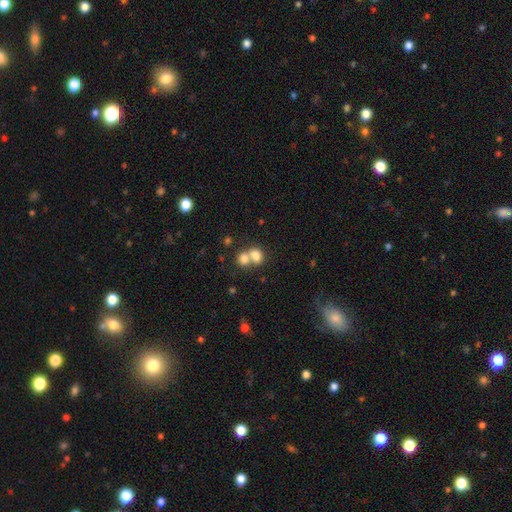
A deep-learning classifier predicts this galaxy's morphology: Smooth or featured? smooth (75%)
How rounded? round (52%)
Merging? merger (61%)